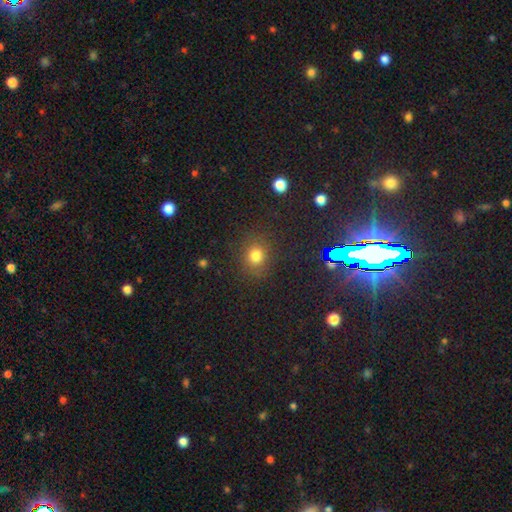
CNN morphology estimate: Smooth or featured? Predicted: smooth (p=0.74). How rounded? Predicted: round (p=0.78). Merging? Predicted: none (p=0.85).